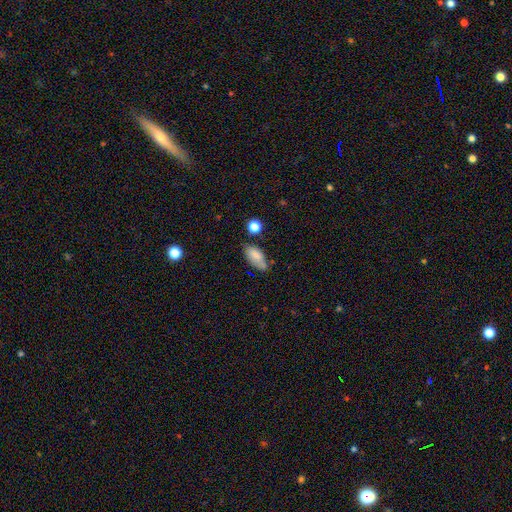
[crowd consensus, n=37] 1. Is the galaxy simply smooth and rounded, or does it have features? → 84% smooth, 11% featured or disk, 5% star or artifact.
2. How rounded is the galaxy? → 97% in between, 3% round, 0% cigar-shaped.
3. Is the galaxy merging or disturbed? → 51% none, 40% minor disturbance, 6% merger, 3% major disturbance.